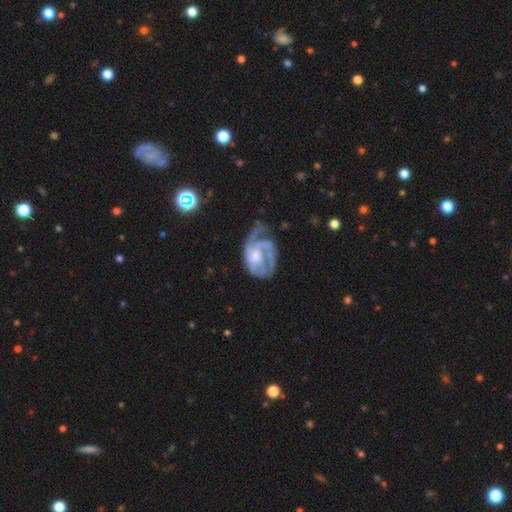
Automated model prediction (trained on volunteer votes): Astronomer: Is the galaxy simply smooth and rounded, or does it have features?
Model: featured or disk — 80%.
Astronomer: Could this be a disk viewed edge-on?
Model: no — 98%.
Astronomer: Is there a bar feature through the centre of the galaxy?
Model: no — 69%.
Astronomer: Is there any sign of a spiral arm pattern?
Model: yes — 88%.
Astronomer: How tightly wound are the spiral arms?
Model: tight — 41%, tied with medium at 41%.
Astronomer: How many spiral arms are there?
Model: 2 — 29% (runner-up: can't tell, 25%).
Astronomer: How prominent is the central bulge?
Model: moderate — 48% (runner-up: small, 32%).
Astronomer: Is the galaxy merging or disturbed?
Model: none — 36% (runner-up: major disturbance, 34%).